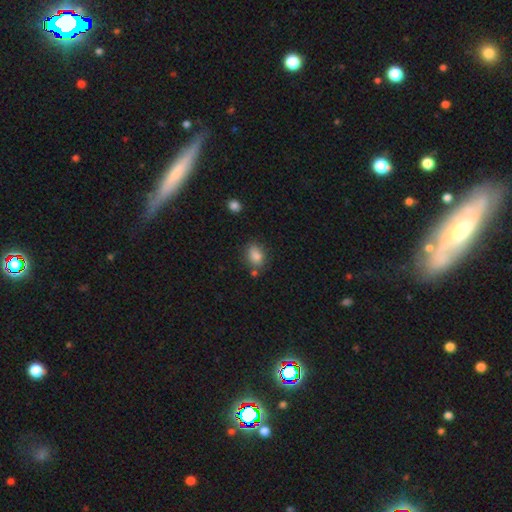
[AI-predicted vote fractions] Smooth or featured: smooth — 85% (star or artifact — 9%)
How rounded: in between — 71% (round — 28%)
Merging: none — 70% (minor disturbance — 18%)